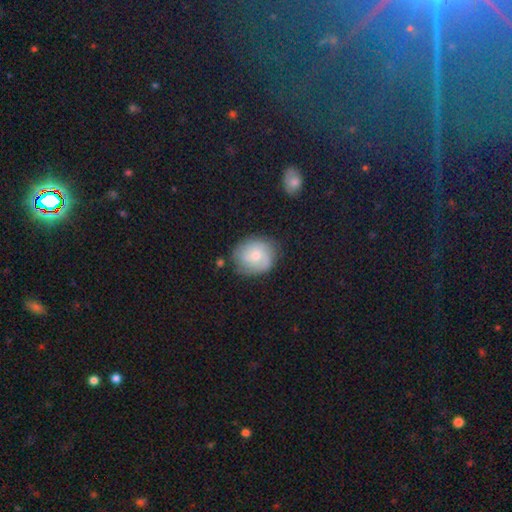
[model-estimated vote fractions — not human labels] Overall: smooth (55%; featured or disk 38%). How rounded: round (71%). Merging: none (70%).